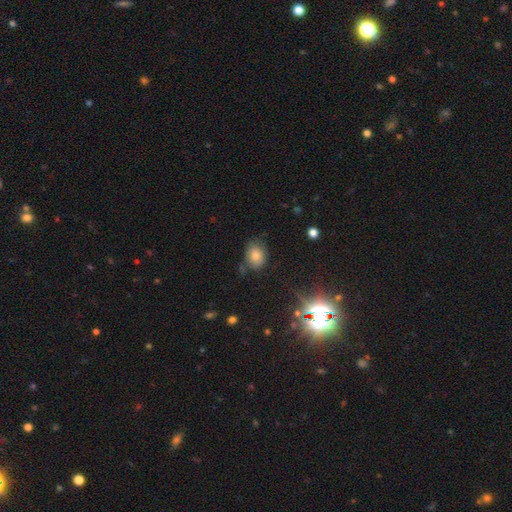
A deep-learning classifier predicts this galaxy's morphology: type=smooth (77%); roundness=in between (61%); merging=none (66%).